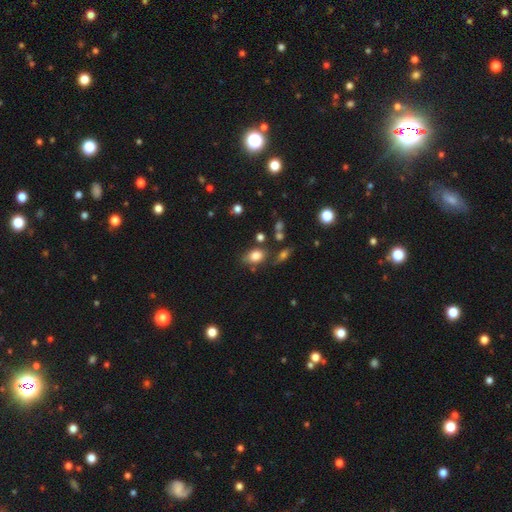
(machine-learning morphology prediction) type=smooth (80%); roundness=in between (76%); merging=none (66%).